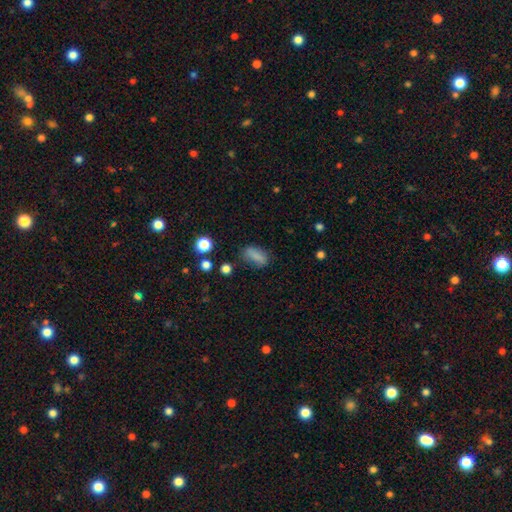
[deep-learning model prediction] Smooth or featured? Predicted: smooth (p=0.80). How rounded? Predicted: in between (p=0.81). Merging? Predicted: none (p=0.66).